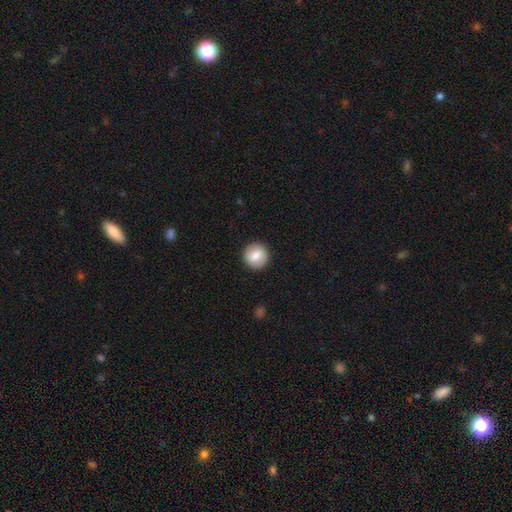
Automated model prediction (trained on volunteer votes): A smooth galaxy with no disk features (82%) that is round (94%). Merging: none (92%).